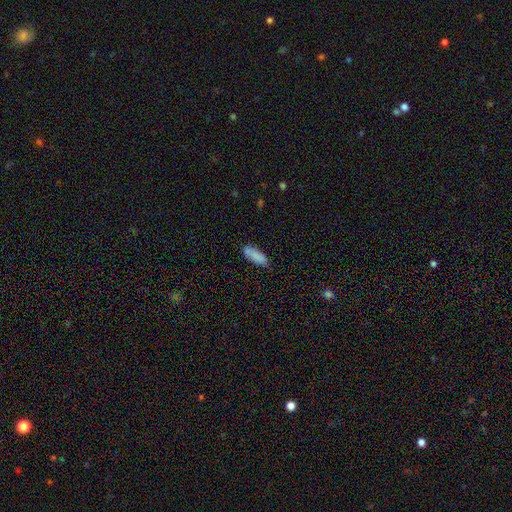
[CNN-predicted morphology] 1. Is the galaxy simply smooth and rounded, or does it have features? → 88% smooth, 7% star or artifact, 6% featured or disk.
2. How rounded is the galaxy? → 69% in between, 29% cigar-shaped, 2% round.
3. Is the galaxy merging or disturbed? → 80% none, 16% minor disturbance, 3% major disturbance, 2% merger.